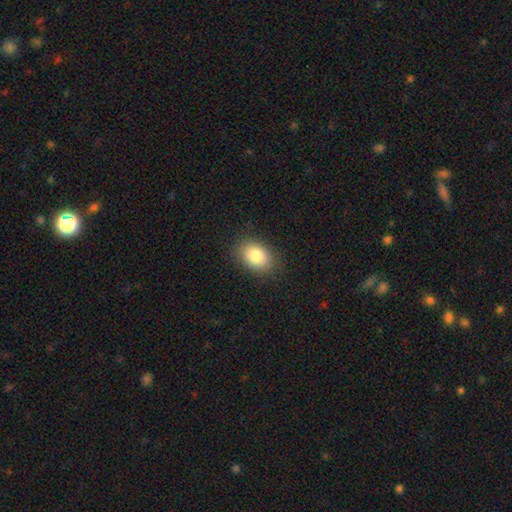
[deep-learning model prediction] The model was most divided on "how rounded": in between: 82%, round: 17%, cigar-shaped: 1%. More confident: merging — none (86%); smooth or featured — smooth (85%).